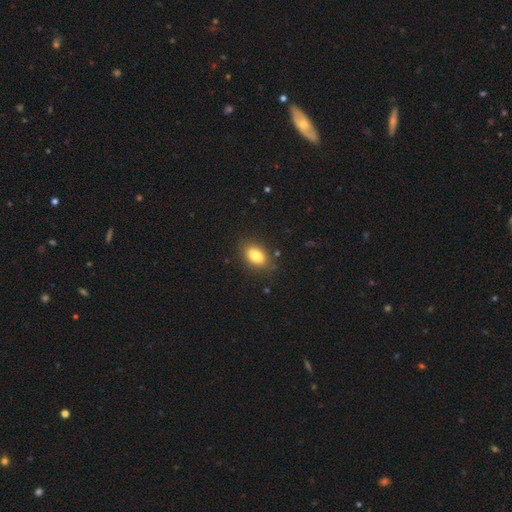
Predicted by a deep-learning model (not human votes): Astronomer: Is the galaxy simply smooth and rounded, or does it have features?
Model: smooth — 82%.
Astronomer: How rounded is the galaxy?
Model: in between — 88%.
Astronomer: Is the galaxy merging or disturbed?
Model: none — 83%.